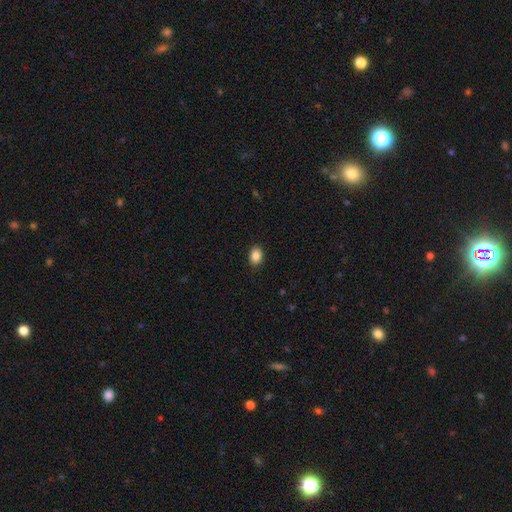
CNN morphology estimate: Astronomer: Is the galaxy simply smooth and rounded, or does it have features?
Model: smooth — 87%.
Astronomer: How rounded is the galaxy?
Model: in between — 74%.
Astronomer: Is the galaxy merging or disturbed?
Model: none — 89%.